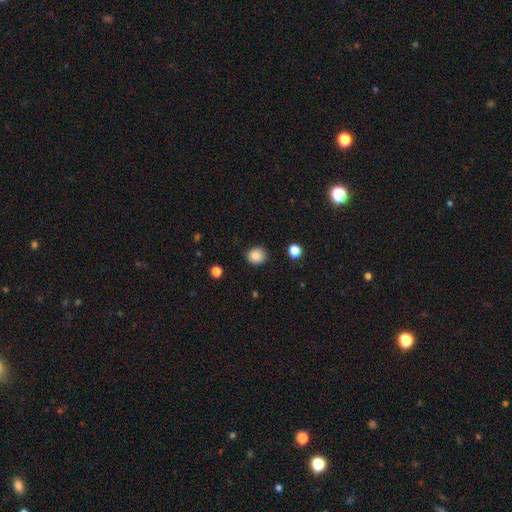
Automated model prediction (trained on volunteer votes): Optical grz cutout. It shows a smooth galaxy with no disk features (87%) that is round (80%). Merging: none (87%).